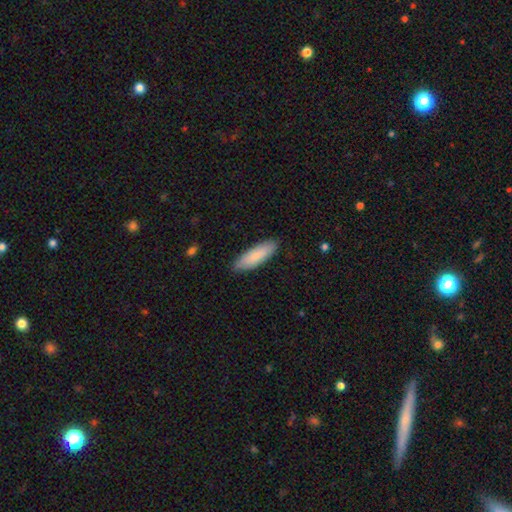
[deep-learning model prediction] Smooth or featured? Predicted: smooth (p=0.85). How rounded? Predicted: cigar-shaped (p=0.50). Merging? Predicted: none (p=0.86).